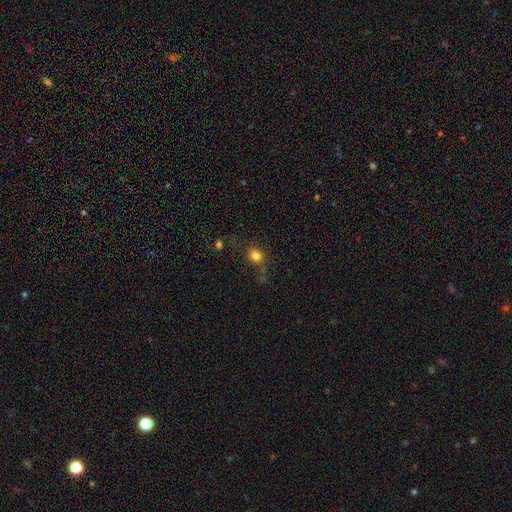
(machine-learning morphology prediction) Smooth or featured? smooth (80%)
How rounded? round (61%)
Merging? none (70%)